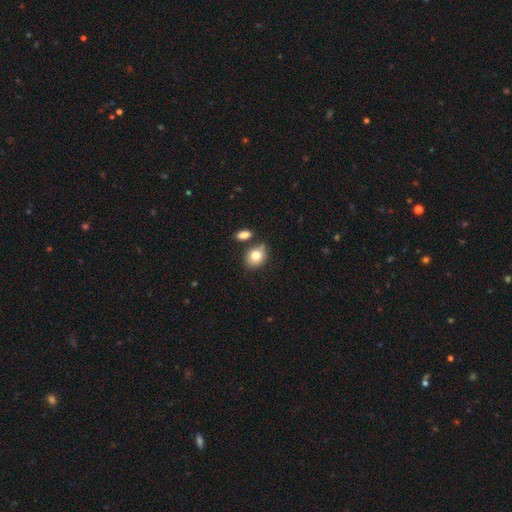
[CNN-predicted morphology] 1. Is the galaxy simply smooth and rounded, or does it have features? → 81% smooth, 10% featured or disk, 9% star or artifact.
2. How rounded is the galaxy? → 50% in between, 49% round, 1% cigar-shaped.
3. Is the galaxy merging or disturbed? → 66% none, 16% merger, 14% minor disturbance, 4% major disturbance.